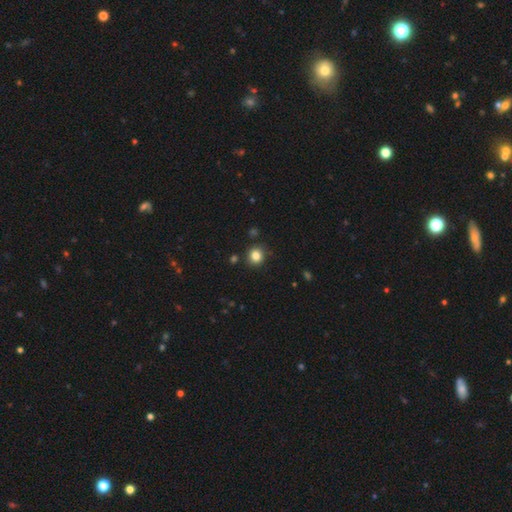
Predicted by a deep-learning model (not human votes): Smooth or featured? smooth (83%)
How rounded? round (87%)
Merging? none (88%)